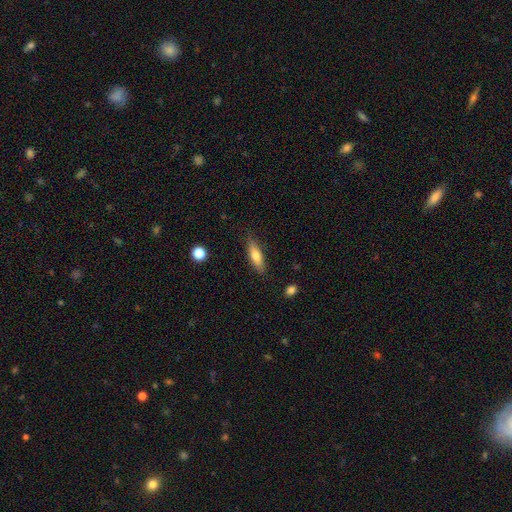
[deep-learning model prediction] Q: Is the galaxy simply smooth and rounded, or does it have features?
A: smooth — 68%.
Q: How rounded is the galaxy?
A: cigar-shaped — 62%.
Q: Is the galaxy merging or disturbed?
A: none — 84%.